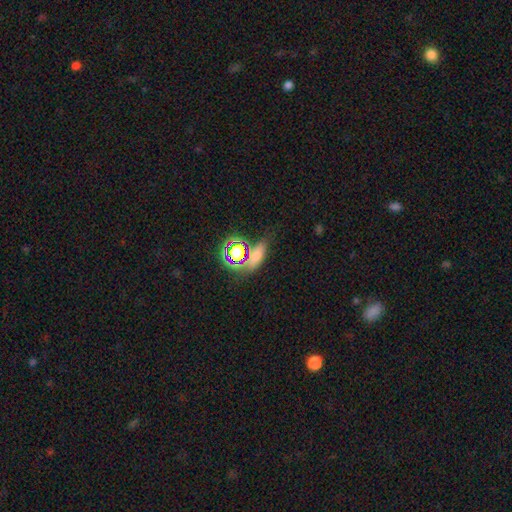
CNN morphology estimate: type=smooth (55%); roundness=in between (63%); merging=none (65%).